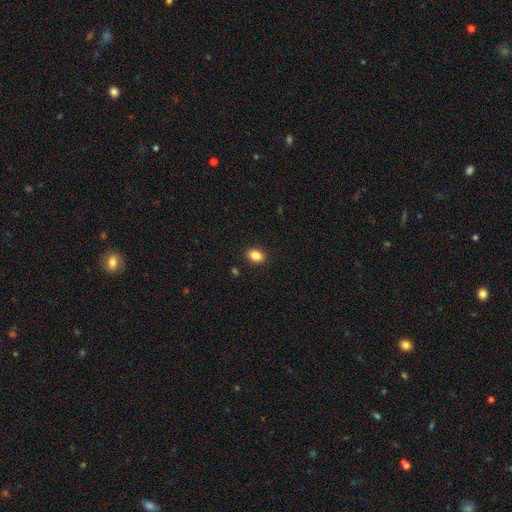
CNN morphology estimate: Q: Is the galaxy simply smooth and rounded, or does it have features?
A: smooth — 85%.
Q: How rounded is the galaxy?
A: in between — 72%.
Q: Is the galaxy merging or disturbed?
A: none — 90%.